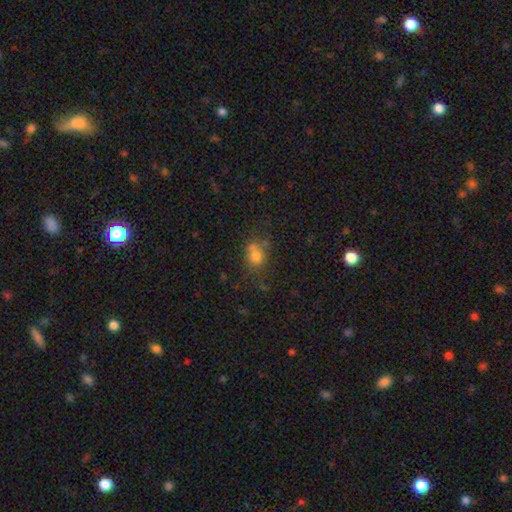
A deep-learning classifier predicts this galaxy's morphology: A smooth galaxy with no disk features (70%) that is round (69%).

Vote fractions:
- Smooth or featured? smooth: 70% / star or artifact: 15% / featured or disk: 14%
- How rounded? round: 69% / in between: 29% / cigar-shaped: 1%
- Merging? none: 45% / merger: 34% / minor disturbance: 14% / major disturbance: 7%